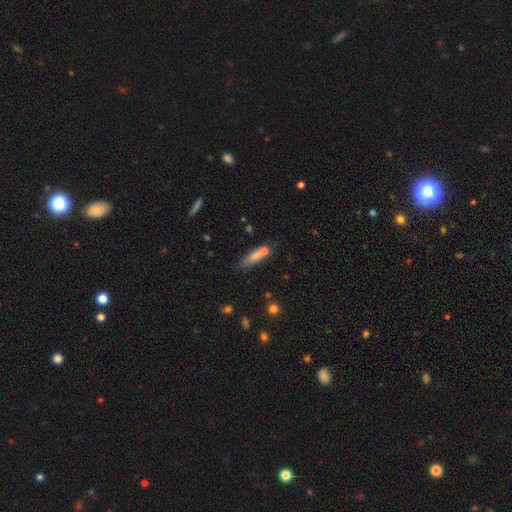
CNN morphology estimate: A smooth galaxy with no disk features (68%) that is cigar-shaped (56%). Merging: none (49%).